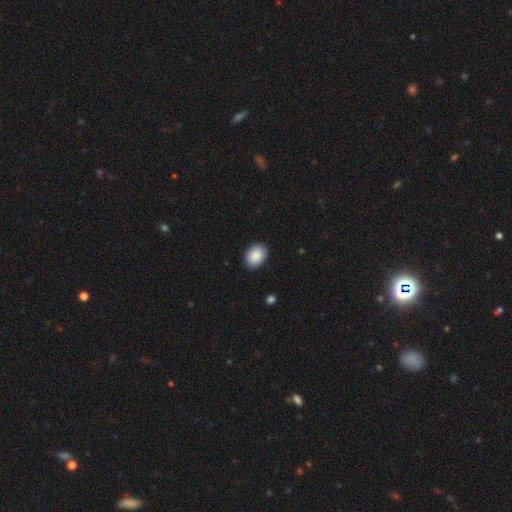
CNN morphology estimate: A smooth galaxy with no disk features (90%) that is in between round and cigar-shaped (78%).

Vote fractions:
- Smooth or featured? smooth: 90% / star or artifact: 6% / featured or disk: 4%
- How rounded? in between: 78% / round: 21% / cigar-shaped: 1%
- Merging? none: 87% / minor disturbance: 10% / major disturbance: 2% / merger: 1%